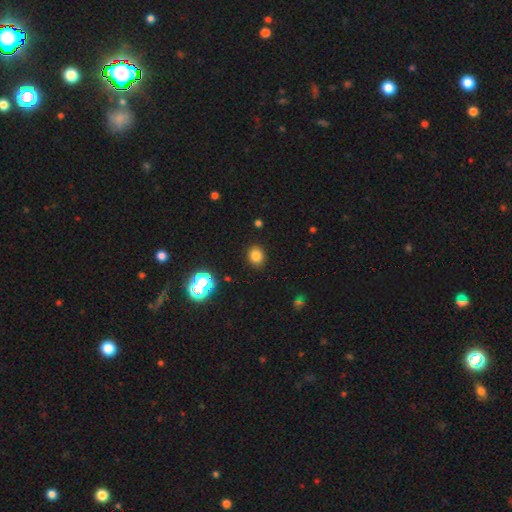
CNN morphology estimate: This is likely a smooth galaxy (79%). How rounded: likely round (69%). Merging: clearly none (89%).